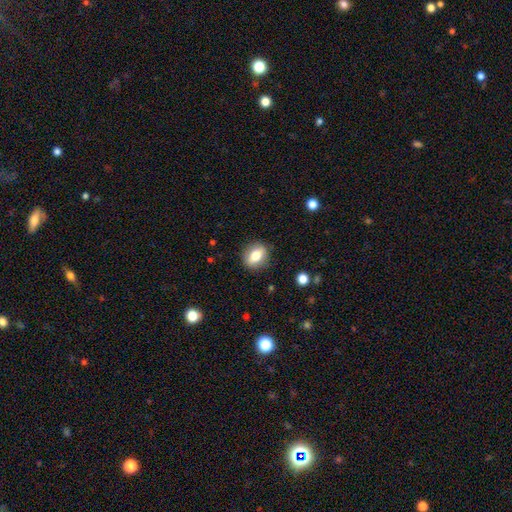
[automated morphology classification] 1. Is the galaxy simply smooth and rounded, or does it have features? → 73% smooth, 18% featured or disk, 8% star or artifact.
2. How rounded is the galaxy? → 50% in between, 48% round, 2% cigar-shaped.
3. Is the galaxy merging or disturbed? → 86% none, 10% minor disturbance, 3% major disturbance, 1% merger.